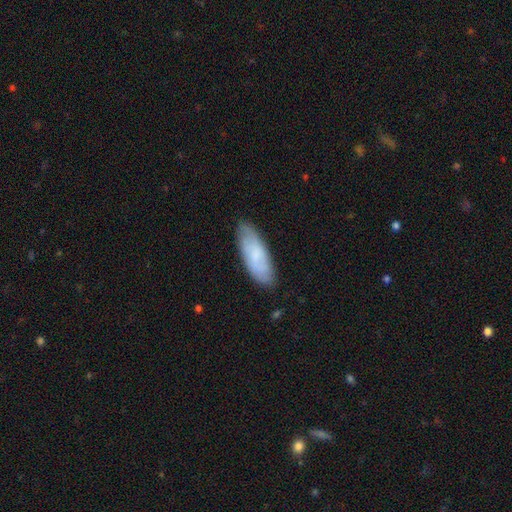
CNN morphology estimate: smooth_or_featured: smooth (p=0.69) [alt: featured or disk p=0.25]
how_rounded: in between (p=0.69) [alt: cigar-shaped p=0.30]
merging: none (p=0.81) [alt: minor disturbance p=0.15]